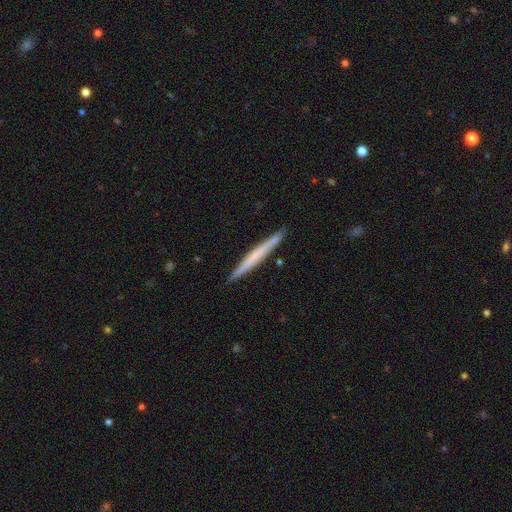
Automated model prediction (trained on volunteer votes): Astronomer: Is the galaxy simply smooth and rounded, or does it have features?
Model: smooth — 52% (runner-up: featured or disk, 42%).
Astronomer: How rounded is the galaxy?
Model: cigar-shaped — 97%.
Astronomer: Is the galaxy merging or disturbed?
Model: none — 91%.